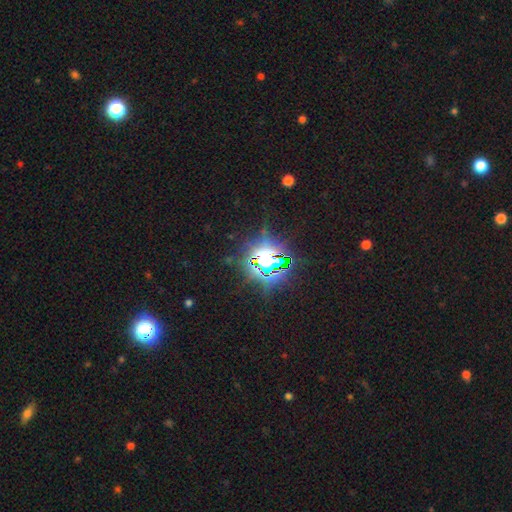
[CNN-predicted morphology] Smooth or featured: star or artifact — 79% (smooth — 12%)